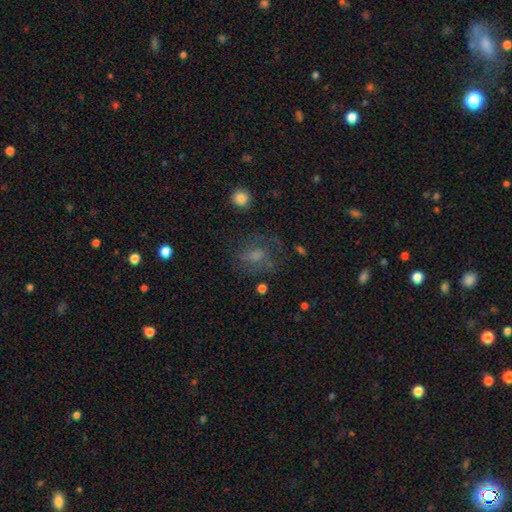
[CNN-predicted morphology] Overall: smooth (42%; featured or disk 40%). Merging: none (55%; major disturbance 22%).